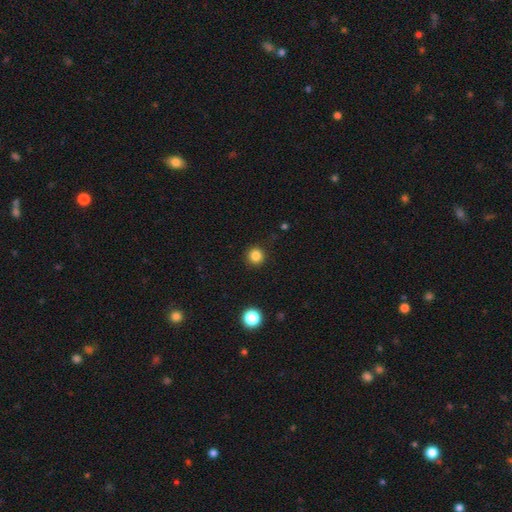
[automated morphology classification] type=smooth (83%); roundness=round (95%); merging=none (92%).